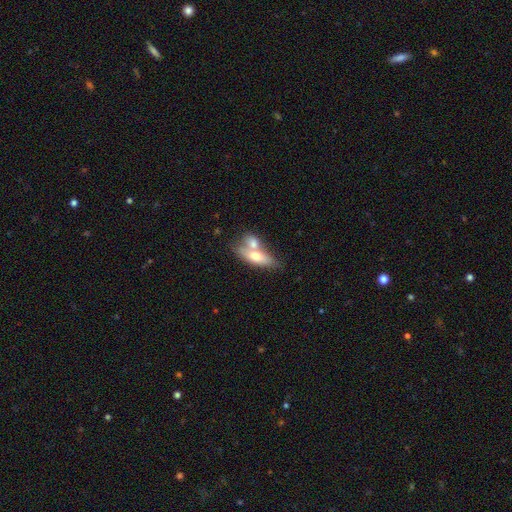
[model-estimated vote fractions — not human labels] Overall: smooth (63%; featured or disk 31%). How rounded: in between (68%). Merging: merger (57%; none 29%).